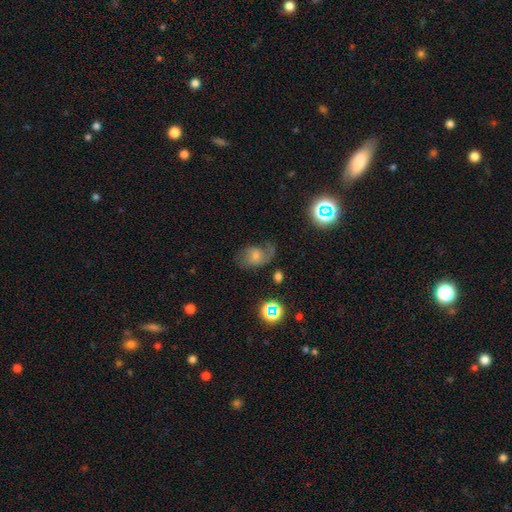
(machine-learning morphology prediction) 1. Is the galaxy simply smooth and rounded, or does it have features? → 57% featured or disk, 27% smooth, 16% star or artifact.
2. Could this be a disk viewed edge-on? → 96% no, 4% yes.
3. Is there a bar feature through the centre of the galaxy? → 63% no, 31% weak, 6% strong.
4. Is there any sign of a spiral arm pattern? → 86% yes, 14% no.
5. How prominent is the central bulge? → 45% small, 39% moderate, 7% none, 6% large, 2% dominant.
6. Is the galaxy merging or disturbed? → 53% none, 25% minor disturbance, 20% major disturbance, 3% merger.